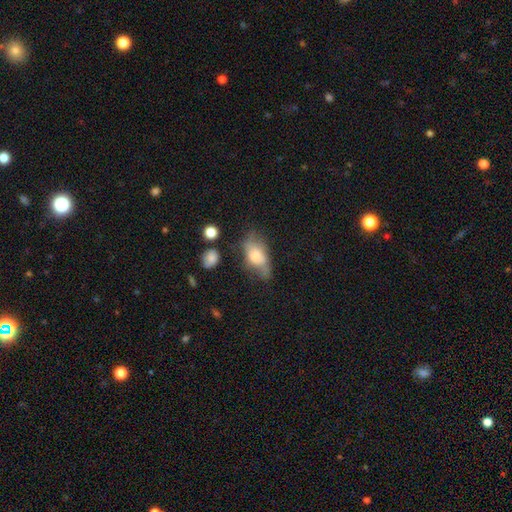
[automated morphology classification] The model was most divided on "merging": none: 41%, minor disturbance: 32%, major disturbance: 22%, merger: 5%. More confident: how rounded — in between (86%); smooth or featured — smooth (60%).